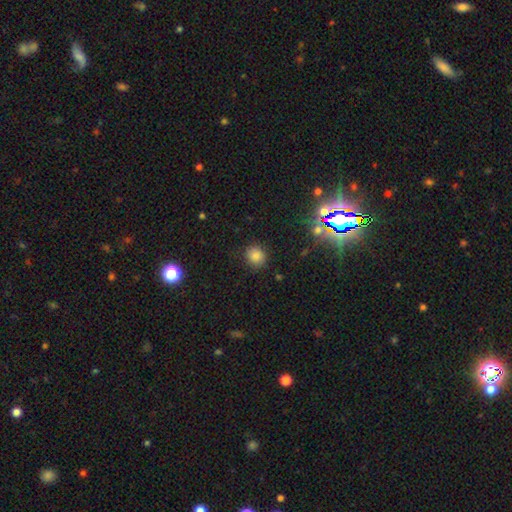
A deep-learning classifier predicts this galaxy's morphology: A smooth galaxy with no disk features (78%) that is round (85%).

Vote fractions:
- Smooth or featured? smooth: 78% / star or artifact: 15% / featured or disk: 7%
- How rounded? round: 85% / in between: 14% / cigar-shaped: 1%
- Merging? none: 87% / minor disturbance: 8% / major disturbance: 3% / merger: 1%